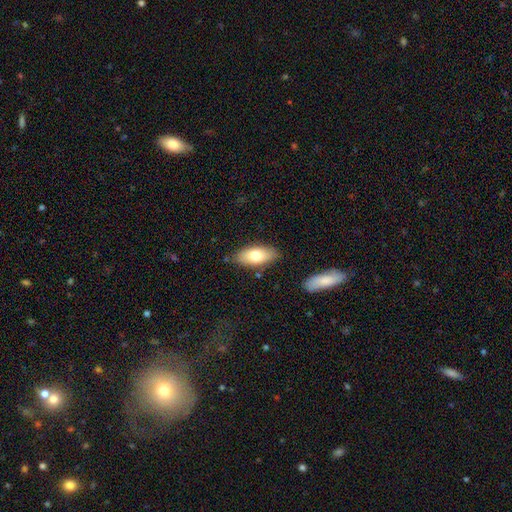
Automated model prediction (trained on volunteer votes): Q: Smooth or featured?
A: smooth (72%); runner-up: featured or disk (21%)
Q: How rounded?
A: in between (85%); runner-up: cigar-shaped (12%)
Q: Merging?
A: none (80%); runner-up: minor disturbance (14%)